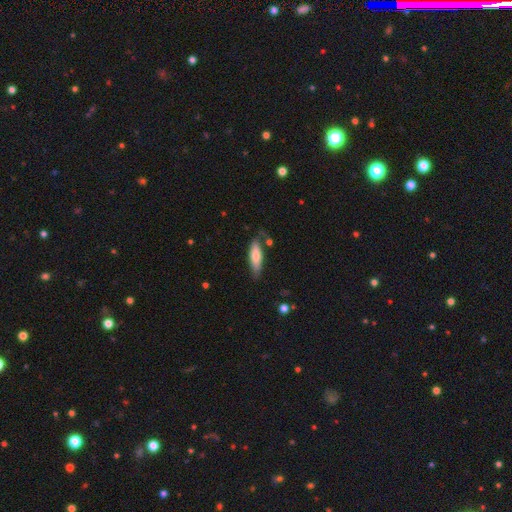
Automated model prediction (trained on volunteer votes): This appears to be a smooth galaxy with no disk features (66%) that is cigar-shaped (54%). Merging: none (67%).